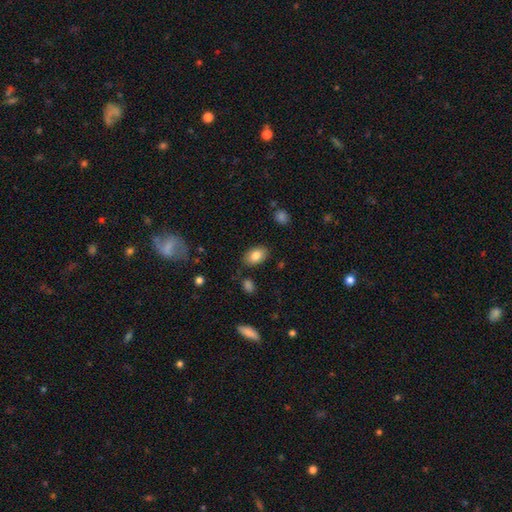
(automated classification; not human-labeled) Overall: smooth (83%). How rounded: in between (88%). Merging: none (83%).